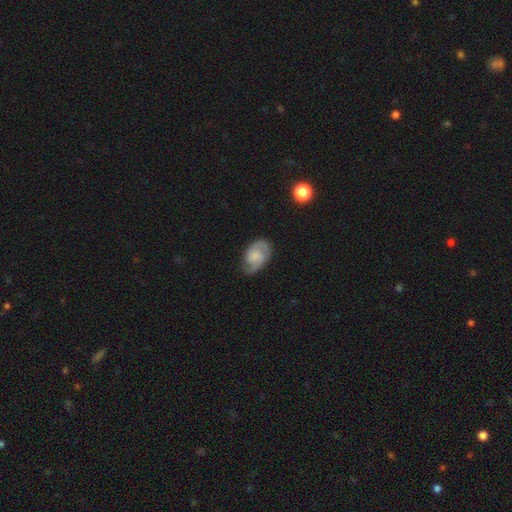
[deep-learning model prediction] Smooth or featured? featured or disk (62%)
Edge-on disk? no (97%)
Bar? no (60%)
Spiral arms? yes (91%)
Spiral winding? medium (47%)
Spiral arm count? 2 (74%)
Bulge size? small (36%)
Merging? none (65%)